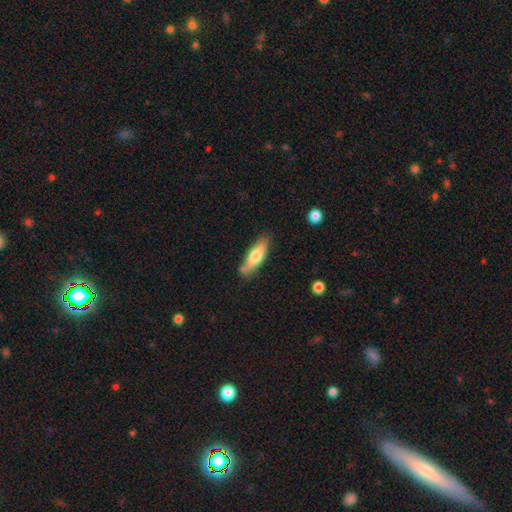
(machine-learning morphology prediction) Smooth or featured? smooth (69%)
How rounded? in between (50%)
Merging? none (68%)